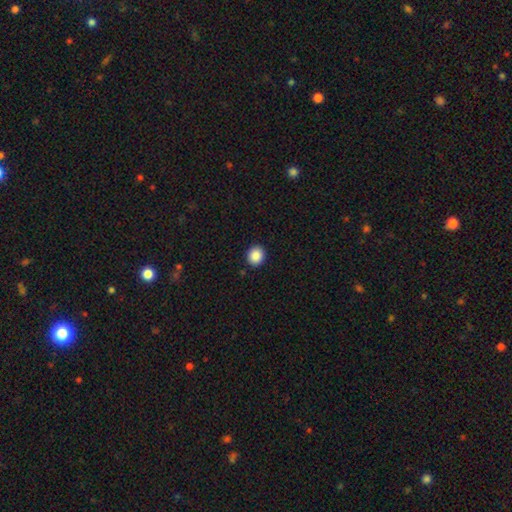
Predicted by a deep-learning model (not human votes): Smooth or featured? smooth (88%)
How rounded? round (79%)
Merging? none (92%)